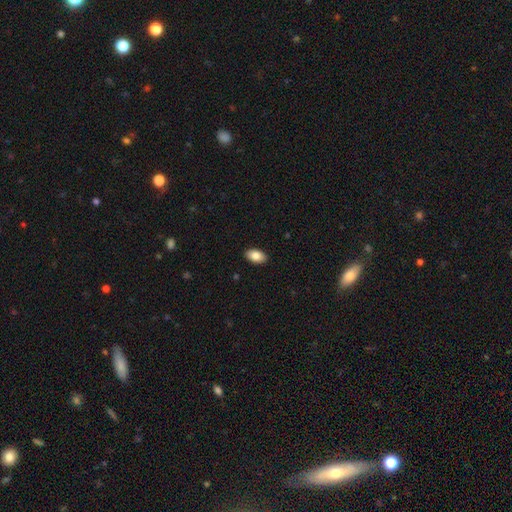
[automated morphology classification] type=smooth (84%); roundness=in between (94%); merging=none (90%).